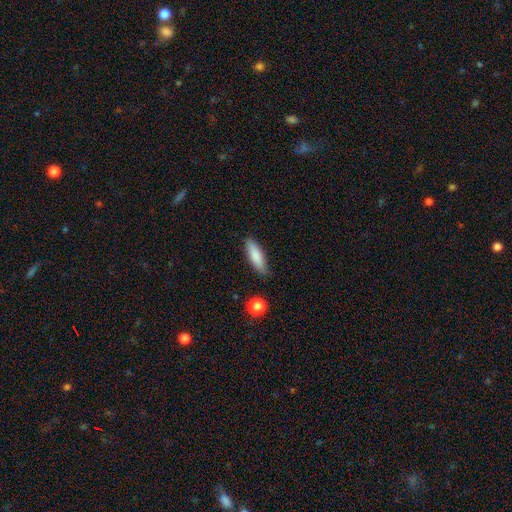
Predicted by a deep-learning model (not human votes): smooth_or_featured: smooth (p=0.83) [alt: featured or disk p=0.10]
how_rounded: cigar-shaped (p=0.51) [alt: in between p=0.48]
merging: none (p=0.78) [alt: minor disturbance p=0.16]